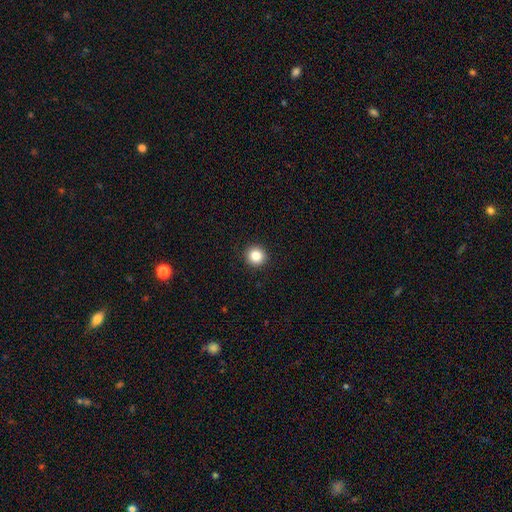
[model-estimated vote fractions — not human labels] smooth 85%, star or artifact 10%, featured or disk 4%. Down the decision tree: how rounded — round (95%); merging — none (93%).